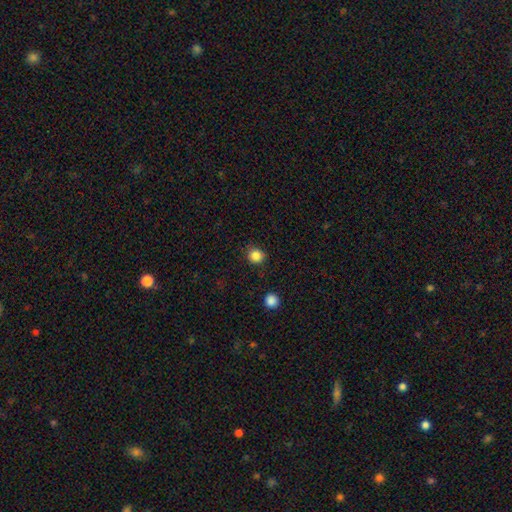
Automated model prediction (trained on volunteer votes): Overall: smooth (85%). How rounded: round (88%). Merging: none (88%).